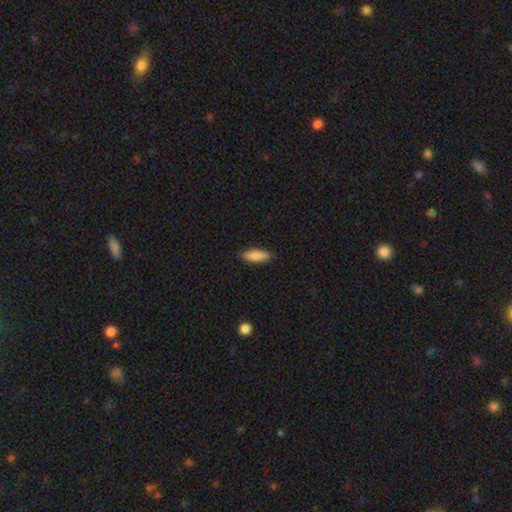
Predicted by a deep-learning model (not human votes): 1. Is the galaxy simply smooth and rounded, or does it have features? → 85% smooth, 9% featured or disk, 6% star or artifact.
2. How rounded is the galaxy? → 57% in between, 41% cigar-shaped, 2% round.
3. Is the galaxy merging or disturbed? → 87% none, 10% minor disturbance, 2% major disturbance, 1% merger.